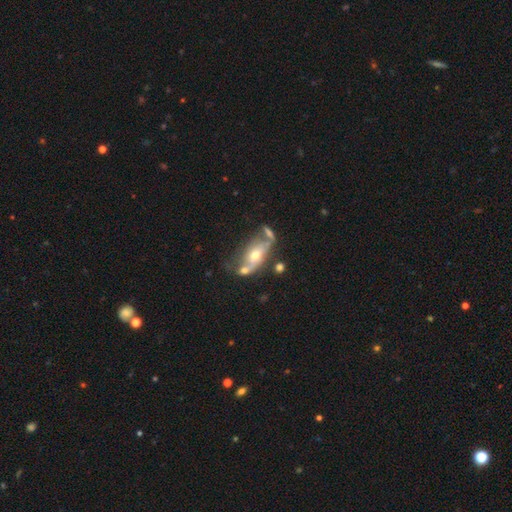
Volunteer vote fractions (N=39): This is likely a featured or disk galaxy (62%). It is clearly not viewed edge-on (83%). Bar: clearly no (85%). Spiral arm pattern: likely no (60%). Central bulge: likely moderate (65%). Merging: likely merger (61%).